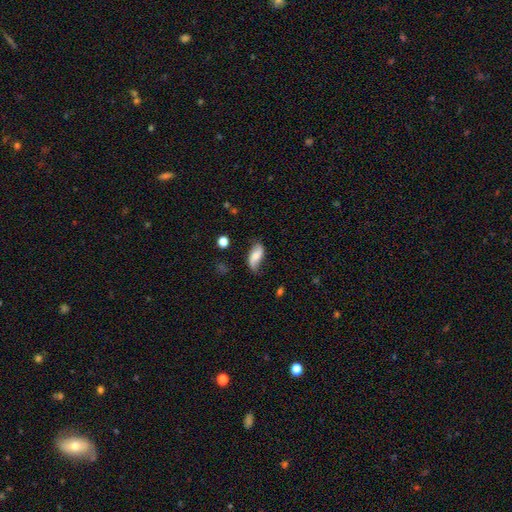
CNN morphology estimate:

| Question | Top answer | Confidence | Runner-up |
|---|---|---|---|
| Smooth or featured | featured or disk | 46% | tied: smooth (46%) |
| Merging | none | 62% | minor disturbance (26%) |